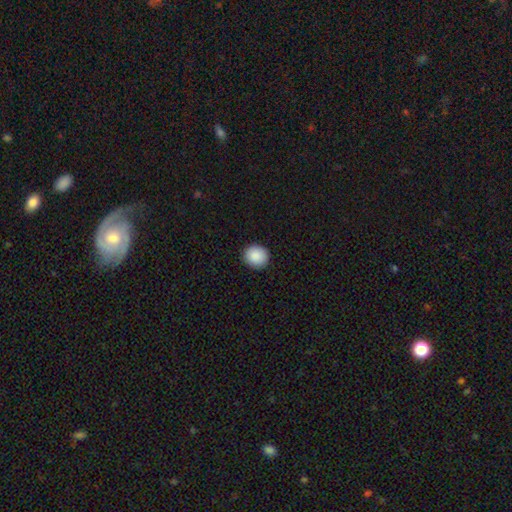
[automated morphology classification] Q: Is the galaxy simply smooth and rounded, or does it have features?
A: smooth — 89%.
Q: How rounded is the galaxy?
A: round — 87%.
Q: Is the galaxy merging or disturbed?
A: none — 92%.